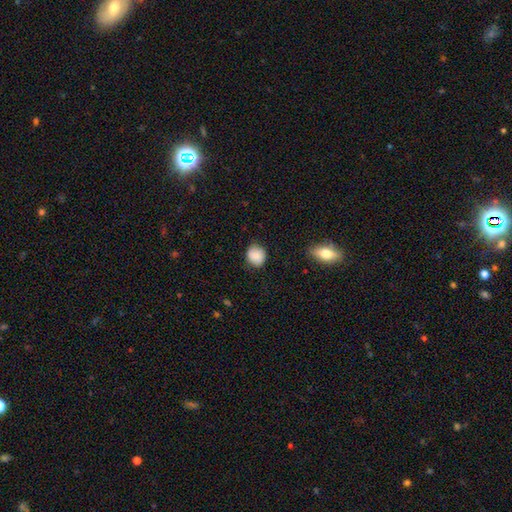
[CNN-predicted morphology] Smooth or featured: smooth — 85% (star or artifact — 8%)
How rounded: round — 78% (in between — 21%)
Merging: none — 79% (minor disturbance — 16%)